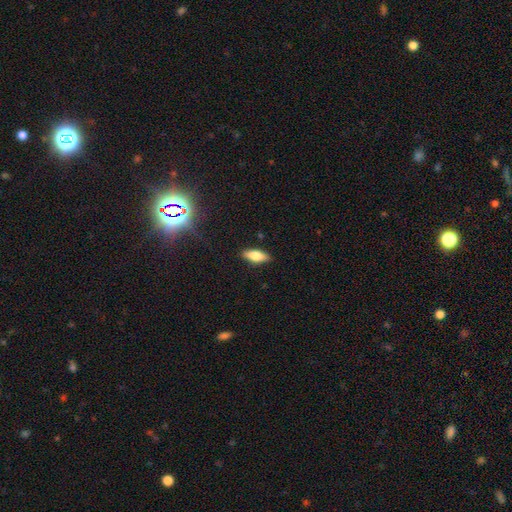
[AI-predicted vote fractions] A smooth galaxy with no disk features (68%) that is in between round and cigar-shaped (69%). Merging: none (87%).